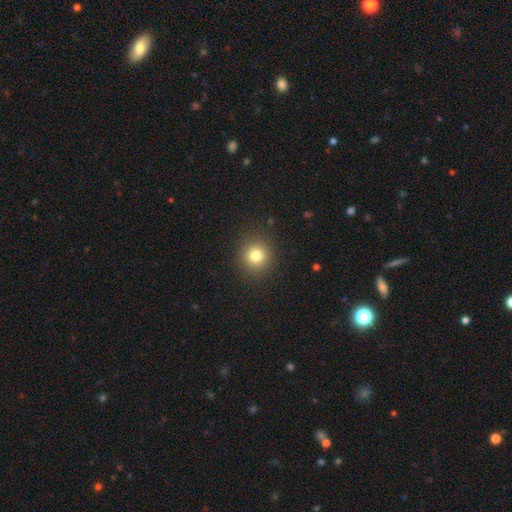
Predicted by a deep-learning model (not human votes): Overall: smooth (80%). How rounded: round (92%). Merging: none (90%).